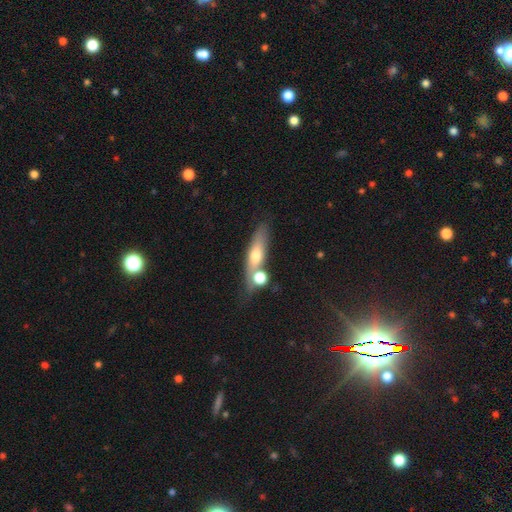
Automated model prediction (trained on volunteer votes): Morphology: type=smooth (55%); roundness=cigar-shaped (54%); merging=none (54%).